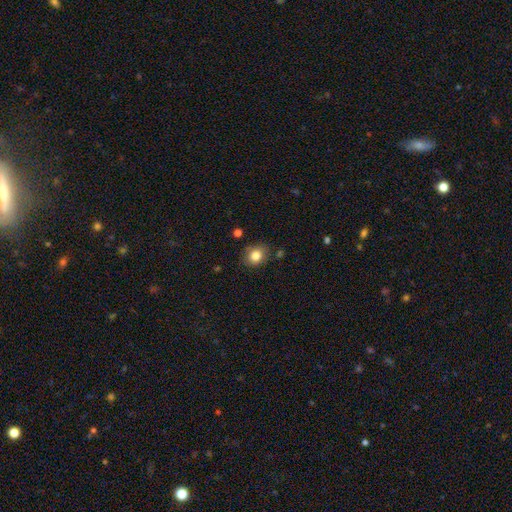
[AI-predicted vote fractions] Smooth or featured: smooth — 83% (star or artifact — 10%)
How rounded: round — 61% (in between — 38%)
Merging: none — 80% (minor disturbance — 14%)